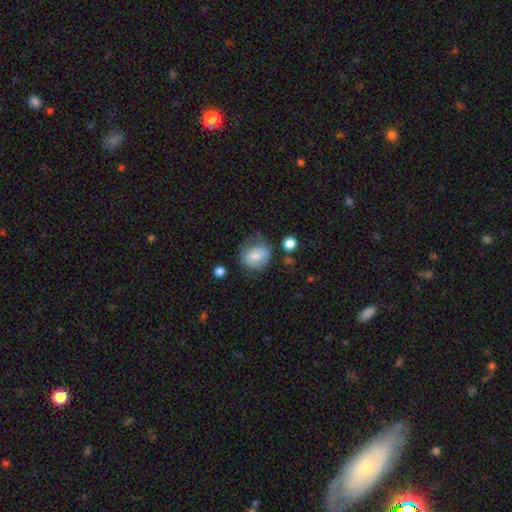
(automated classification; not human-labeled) A smooth galaxy with no disk features (75%) that is round (65%).

Vote fractions:
- Smooth or featured? smooth: 75% / featured or disk: 17% / star or artifact: 8%
- How rounded? round: 65% / in between: 34% / cigar-shaped: 1%
- Merging? none: 52% / minor disturbance: 28% / major disturbance: 16% / merger: 4%